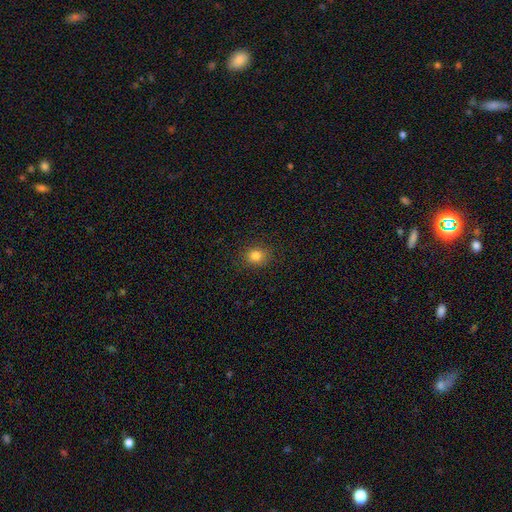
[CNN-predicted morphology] Smooth or featured?
  - smooth: 82% *
  - star or artifact: 13%
  - featured or disk: 5%
How rounded?
  - round: 70% *
  - in between: 29%
  - cigar-shaped: 1%
Merging?
  - none: 87% *
  - minor disturbance: 9%
  - major disturbance: 3%
  - merger: 1%